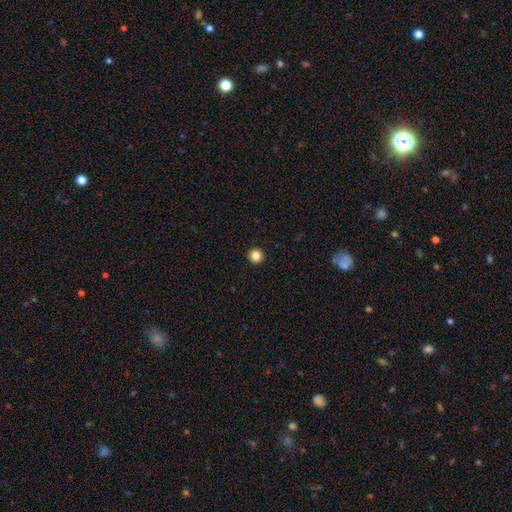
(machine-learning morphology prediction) Smooth or featured: smooth — 84% (star or artifact — 11%)
How rounded: round — 95% (in between — 4%)
Merging: none — 94% (minor disturbance — 4%)